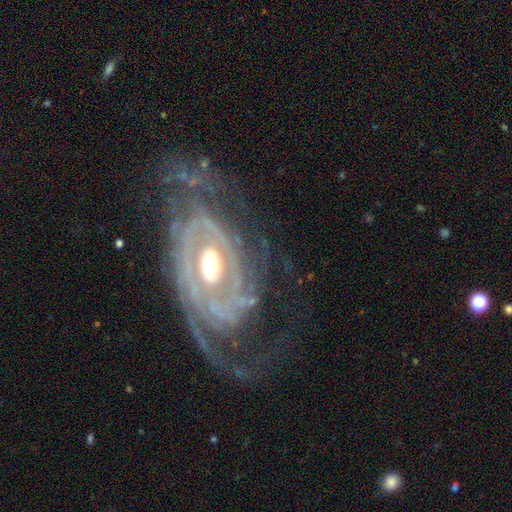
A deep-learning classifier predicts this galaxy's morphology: type=featured or disk (90%); edge-on=no (94%); bar=no (56%); spiral arms=yes (94%); winding=tight (64%); arm count=2 (32%); bulge=moderate (70%); merging=none (64%).